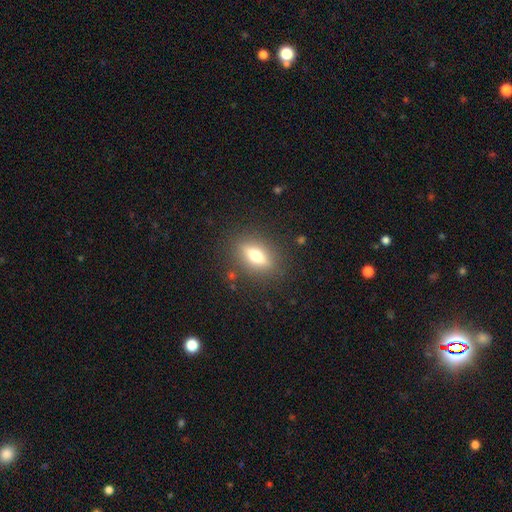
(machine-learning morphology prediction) Smooth or featured? Predicted: smooth (p=0.54). How rounded? Predicted: in between (p=0.64). Merging? Predicted: none (p=0.85).